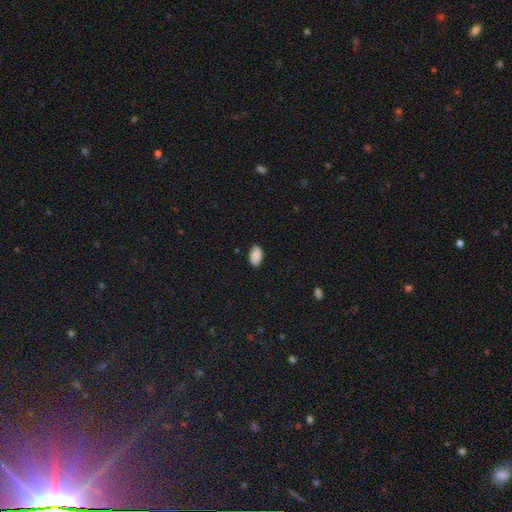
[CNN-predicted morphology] A smooth galaxy with no disk features (88%) that is in between round and cigar-shaped (94%).

Vote fractions:
- Smooth or featured? smooth: 88% / star or artifact: 7% / featured or disk: 4%
- How rounded? in between: 94% / round: 4% / cigar-shaped: 1%
- Merging? none: 85% / minor disturbance: 12% / major disturbance: 2% / merger: 1%